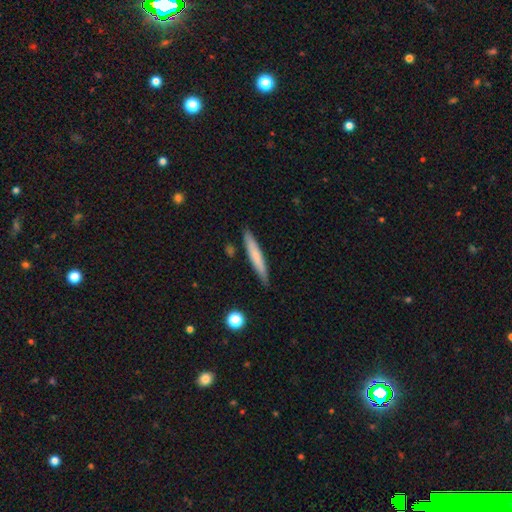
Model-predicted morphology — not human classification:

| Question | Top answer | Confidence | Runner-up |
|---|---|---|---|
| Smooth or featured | smooth | 68% | featured or disk (26%) |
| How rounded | cigar-shaped | 94% | in between (5%) |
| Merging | none | 86% | minor disturbance (11%) |